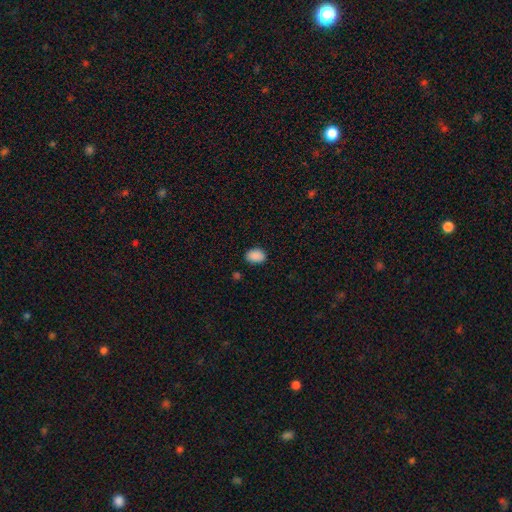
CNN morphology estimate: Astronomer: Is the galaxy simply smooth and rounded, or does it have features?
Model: smooth — 89%.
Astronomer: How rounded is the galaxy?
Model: in between — 79%.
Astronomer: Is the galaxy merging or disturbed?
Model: none — 83%.